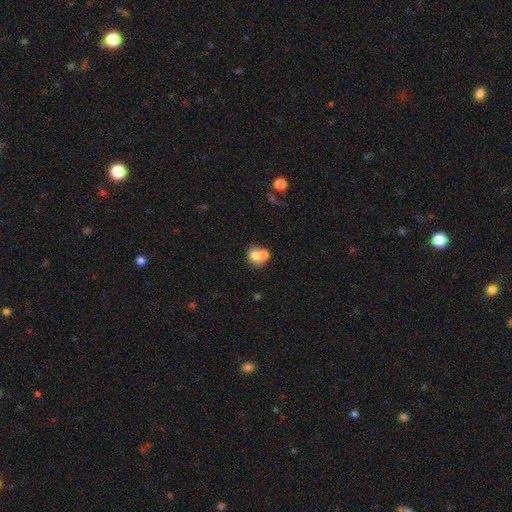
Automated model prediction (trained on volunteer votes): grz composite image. It shows a smooth galaxy with no disk features (70%) that is round (62%). Merging: merger (52%).